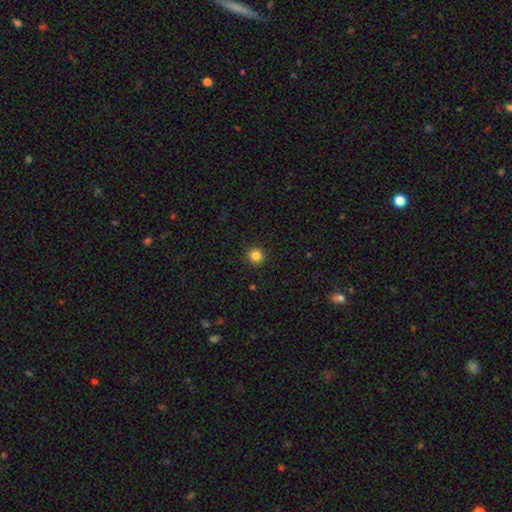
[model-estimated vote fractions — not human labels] smooth-or-featured: smooth: 83% | star or artifact: 12% | featured or disk: 5%
  how-rounded: round: 95% | in between: 4% | cigar-shaped: 1%
  merging: none: 93% | minor disturbance: 5% | major disturbance: 2% | merger: 1%